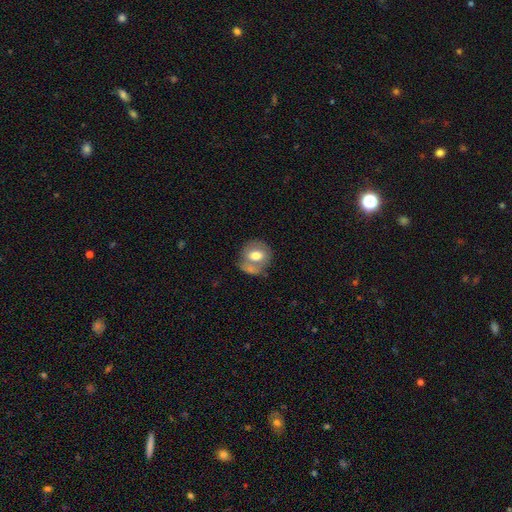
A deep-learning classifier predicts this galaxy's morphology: A smooth galaxy with no disk features (64%) that is round (72%). Merging: none (51%).